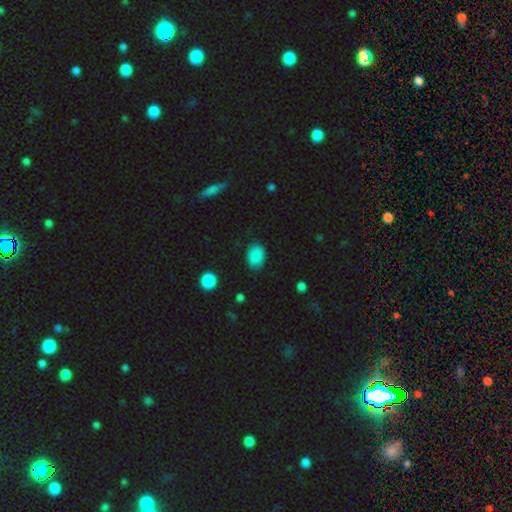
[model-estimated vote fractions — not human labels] Overall: smooth (88%). How rounded: in between (78%). Merging: none (82%).